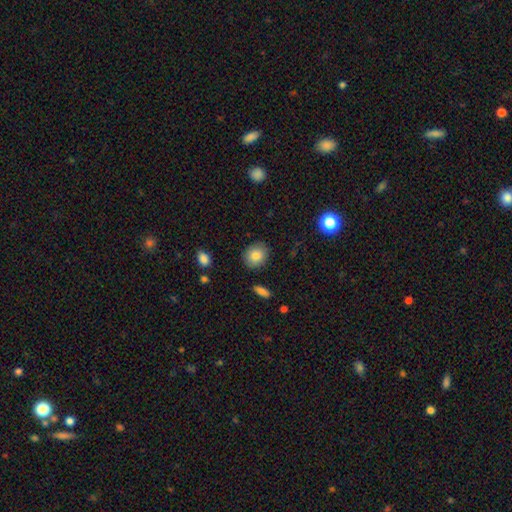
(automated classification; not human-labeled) Smooth or featured: smooth — 84% (star or artifact — 8%)
How rounded: round — 65% (in between — 34%)
Merging: none — 86% (minor disturbance — 10%)